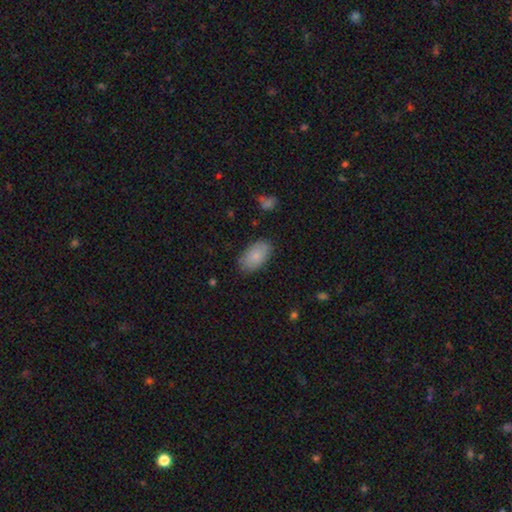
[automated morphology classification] A smooth galaxy with no disk features (83%) that is in between round and cigar-shaped (94%).

Vote fractions:
- Smooth or featured? smooth: 83% / featured or disk: 10% / star or artifact: 7%
- How rounded? in between: 94% / round: 4% / cigar-shaped: 2%
- Merging? none: 84% / minor disturbance: 12% / major disturbance: 3% / merger: 1%